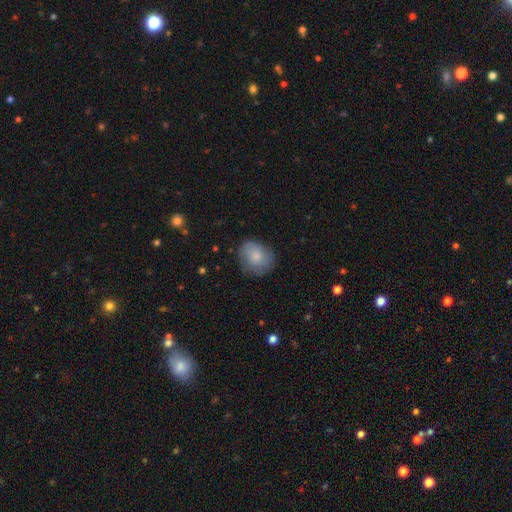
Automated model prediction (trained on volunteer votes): smooth-or-featured: smooth: 78% | featured or disk: 15% | star or artifact: 7%
  how-rounded: round: 61% | in between: 38% | cigar-shaped: 1%
  merging: none: 74% | minor disturbance: 20% | major disturbance: 5% | merger: 1%